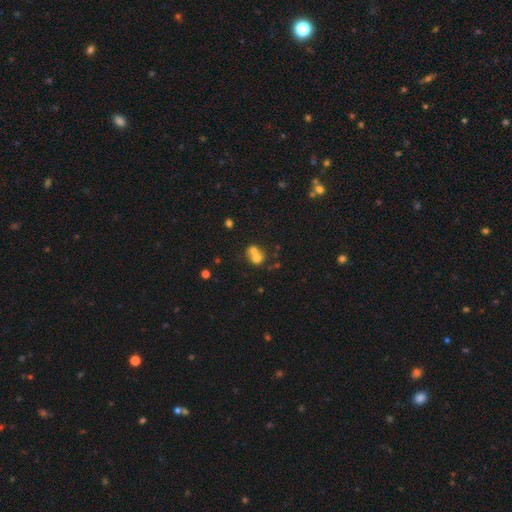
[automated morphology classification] Q: Smooth or featured?
A: smooth (67%); runner-up: featured or disk (21%)
Q: How rounded?
A: round (74%); runner-up: in between (25%)
Q: Merging?
A: merger (66%); runner-up: none (26%)